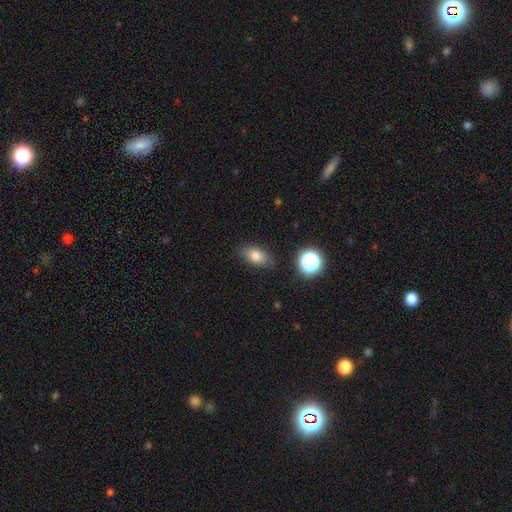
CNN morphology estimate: Smooth or featured? Predicted: smooth (p=0.79). How rounded? Predicted: in between (p=0.84). Merging? Predicted: none (p=0.80).